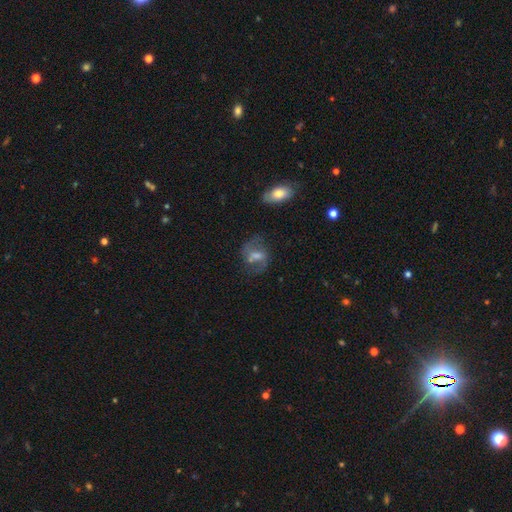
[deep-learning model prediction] Smooth or featured: featured or disk — 60% (smooth — 30%)
Edge-on disk: no — 96% (yes — 4%)
Bar: weak — 47% (strong — 30%)
Spiral arms: yes — 76% (no — 24%)
Bulge size: moderate — 40% (small — 31%)
Merging: none — 59% (minor disturbance — 19%)